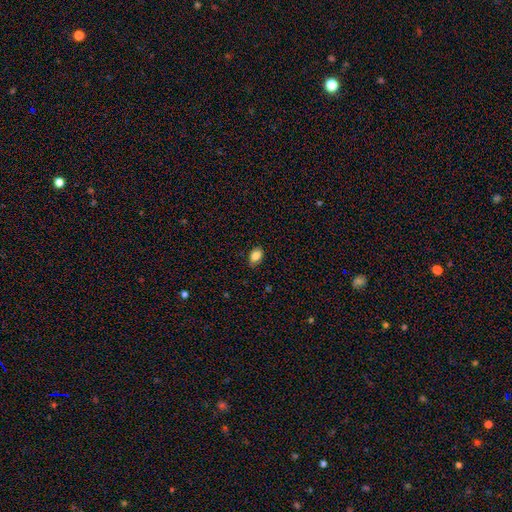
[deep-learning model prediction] Overall: smooth (86%). How rounded: in between (87%). Merging: none (84%).